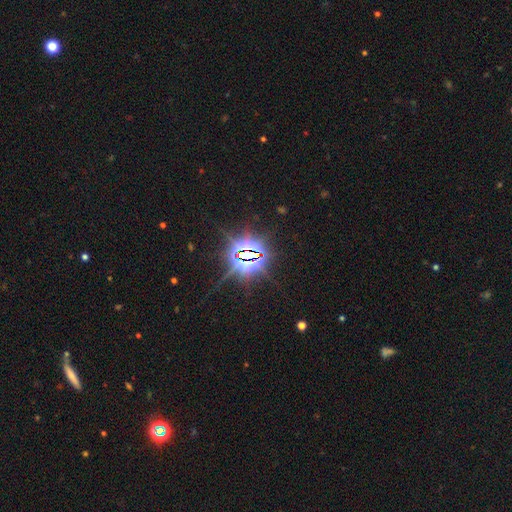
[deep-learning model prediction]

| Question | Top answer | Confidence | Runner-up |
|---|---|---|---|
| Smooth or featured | star or artifact | 84% | featured or disk (9%) |